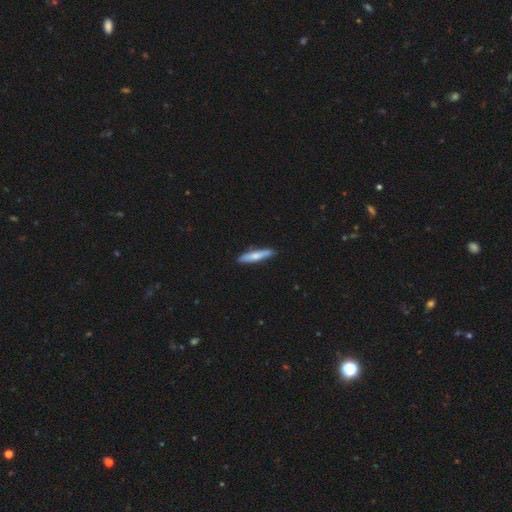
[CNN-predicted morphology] smooth 63%, featured or disk 31%, star or artifact 6%. Down the decision tree: how rounded — cigar-shaped (87%); merging — none (86%).